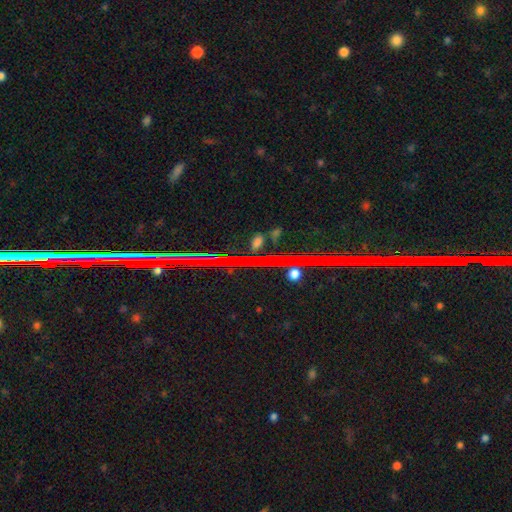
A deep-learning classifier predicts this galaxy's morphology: Smooth or featured?
  - star or artifact: 84% *
  - featured or disk: 10%
  - smooth: 6%